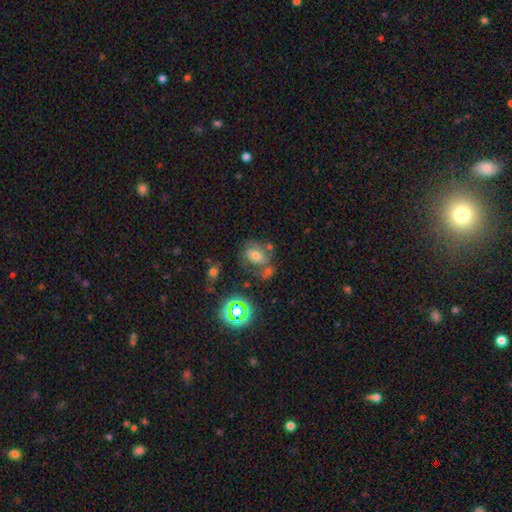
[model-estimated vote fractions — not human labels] Q: Smooth or featured?
A: featured or disk (45%); runner-up: smooth (34%)
Q: Merging?
A: none (50%); runner-up: merger (20%)